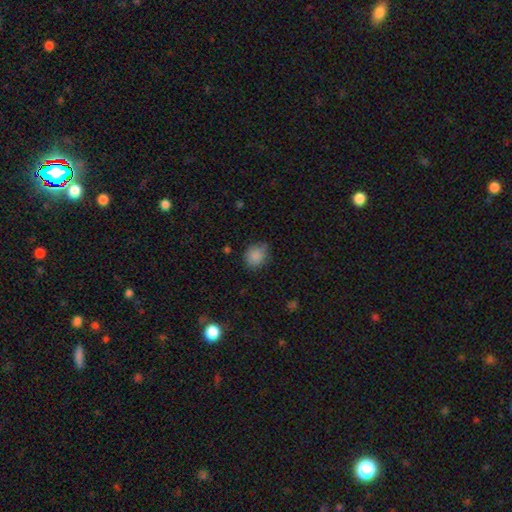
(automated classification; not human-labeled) The model was most divided on "how rounded": round: 57%, in between: 42%, cigar-shaped: 1%. More confident: smooth or featured — smooth (86%); merging — none (68%).